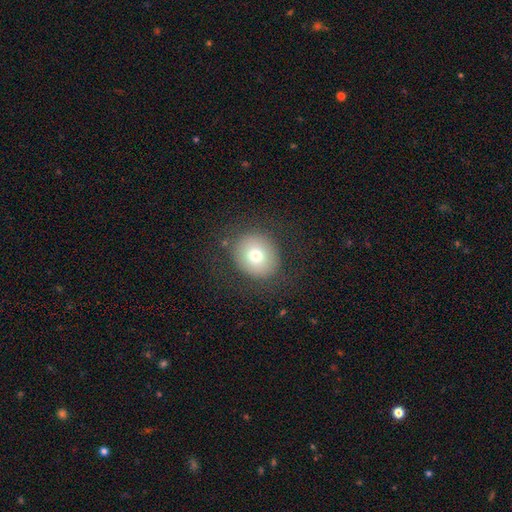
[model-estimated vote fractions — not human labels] Smooth or featured? smooth (72%)
How rounded? round (80%)
Merging? none (82%)